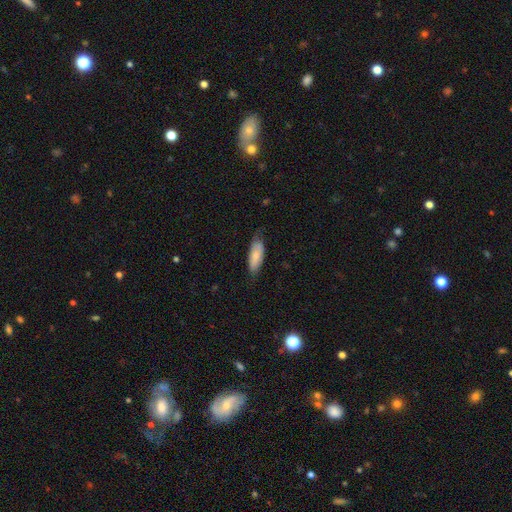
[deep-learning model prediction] Overall: smooth (75%). How rounded: in between (72%). Merging: none (68%).